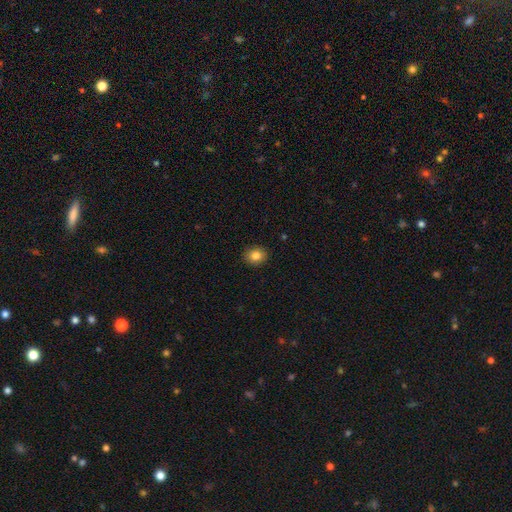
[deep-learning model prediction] This is clearly a smooth galaxy (83%). How rounded: likely round (66%). Merging: clearly none (91%).